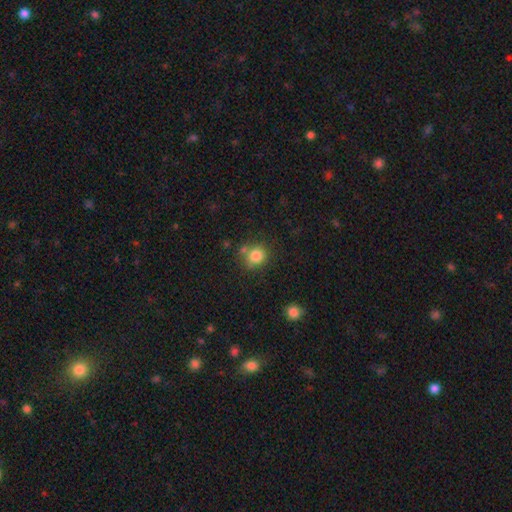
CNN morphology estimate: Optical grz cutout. It shows a smooth galaxy with no disk features (83%) that is round (82%). Merging: none (68%).